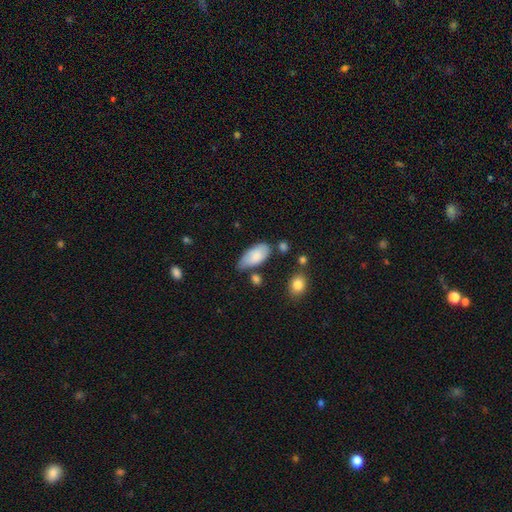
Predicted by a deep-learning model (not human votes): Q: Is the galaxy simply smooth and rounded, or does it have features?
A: smooth — 82%.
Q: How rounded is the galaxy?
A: in between — 93%.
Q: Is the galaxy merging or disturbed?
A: none — 54%.